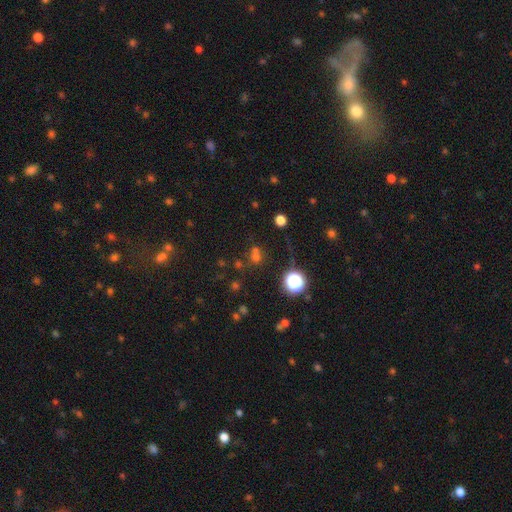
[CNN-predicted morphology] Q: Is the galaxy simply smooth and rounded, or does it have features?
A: smooth — 55%.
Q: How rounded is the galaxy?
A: round — 77%.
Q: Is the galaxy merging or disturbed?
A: none — 56%.